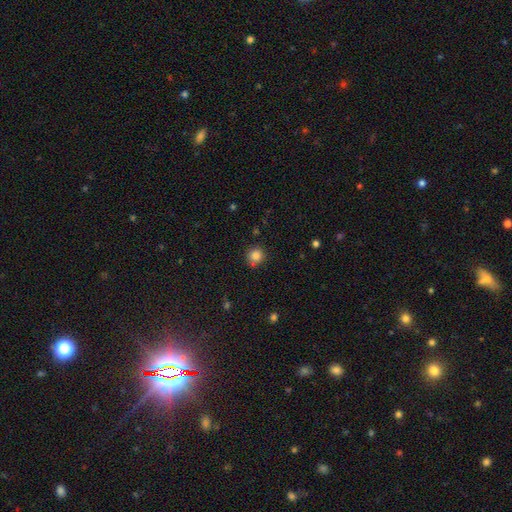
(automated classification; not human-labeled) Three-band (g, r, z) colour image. It shows a smooth galaxy with no disk features (83%) that is round (93%). Merging: none (80%).